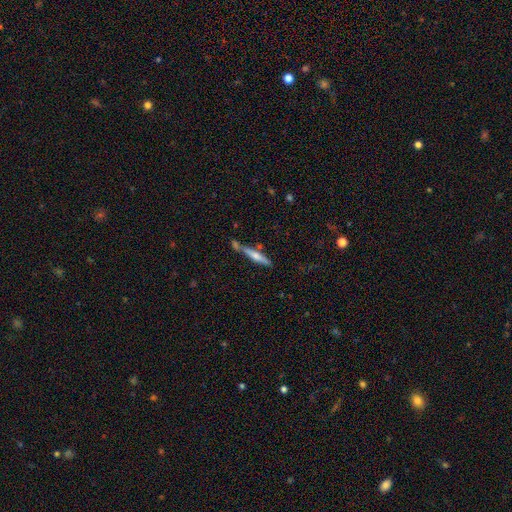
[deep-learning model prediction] Smooth or featured? featured or disk (50%)
Edge-on disk? yes (94%)
Merging? none (64%)